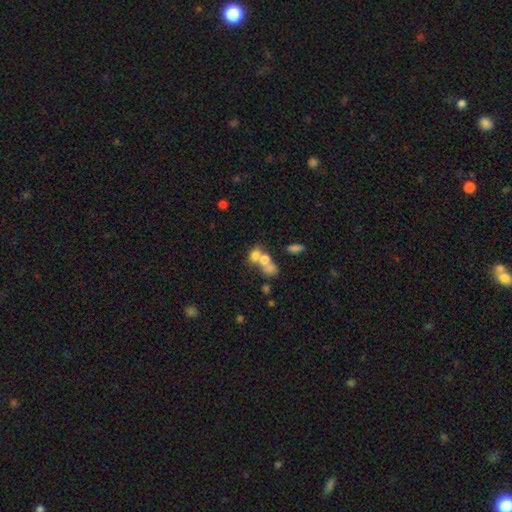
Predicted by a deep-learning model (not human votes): A smooth galaxy with no disk features (68%) that is in between round and cigar-shaped (55%).

Vote fractions:
- Smooth or featured? smooth: 68% / featured or disk: 19% / star or artifact: 13%
- How rounded? in between: 55% / round: 43% / cigar-shaped: 2%
- Merging? merger: 63% / none: 24% / minor disturbance: 8% / major disturbance: 6%